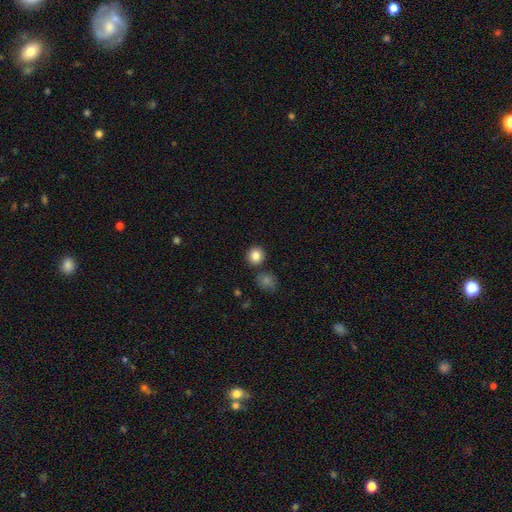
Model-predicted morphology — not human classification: smooth_or_featured: smooth (p=0.84) [alt: star or artifact p=0.10]
how_rounded: round (p=0.90) [alt: in between p=0.09]
merging: none (p=0.86) [alt: minor disturbance p=0.07]